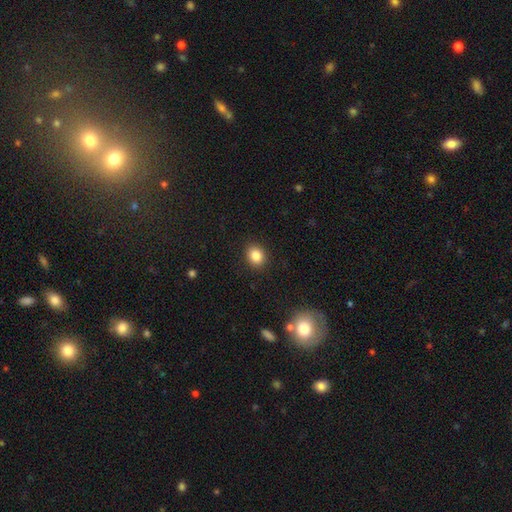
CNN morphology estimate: A smooth galaxy with no disk features (84%) that is round (66%).

Vote fractions:
- Smooth or featured? smooth: 84% / star or artifact: 11% / featured or disk: 6%
- How rounded? round: 66% / in between: 33% / cigar-shaped: 1%
- Merging? none: 90% / minor disturbance: 7% / major disturbance: 2% / merger: 1%